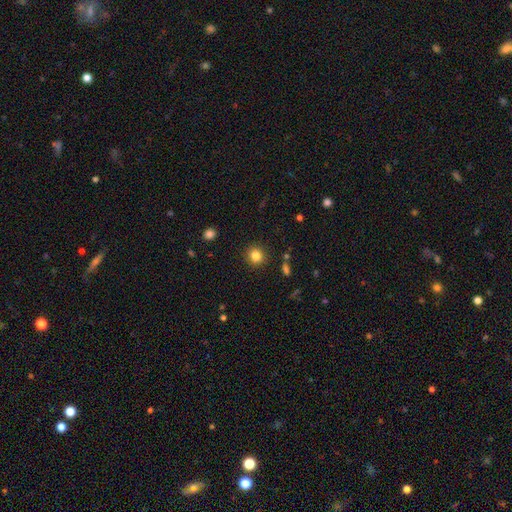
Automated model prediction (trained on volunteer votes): smooth 82%, star or artifact 12%, featured or disk 6%. Down the decision tree: how rounded — round (89%); merging — none (90%).